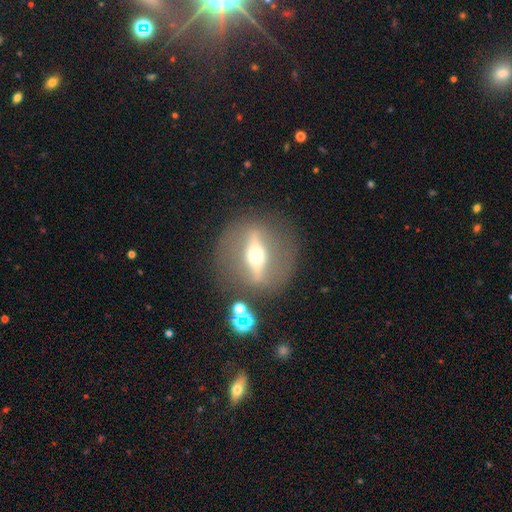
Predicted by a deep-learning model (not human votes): This is likely a featured or disk galaxy (75%). It is possibly viewed edge-on (53%). Merging: likely none (79%).